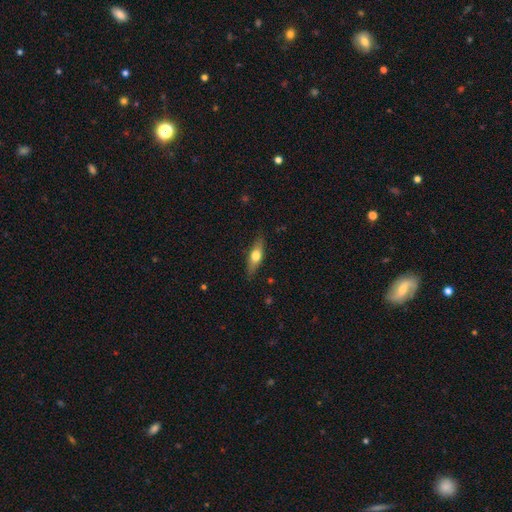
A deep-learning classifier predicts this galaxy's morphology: Overall: smooth (54%; featured or disk 40%). How rounded: cigar-shaped (52%; in between 45%). Merging: none (84%).